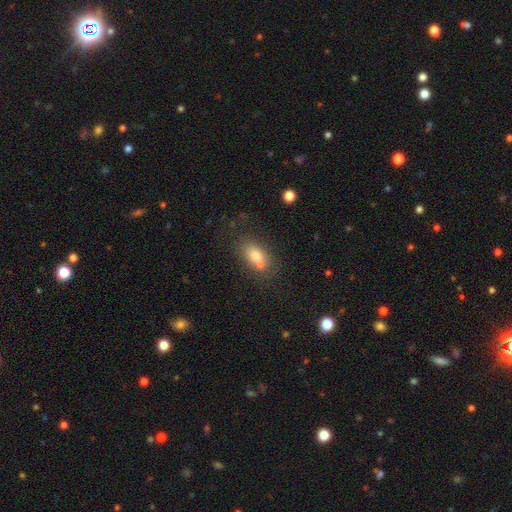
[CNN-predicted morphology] The model was most divided on "merging": none: 48%, merger: 35%, minor disturbance: 13%, major disturbance: 5%. More confident: how rounded — in between (75%); smooth or featured — smooth (72%).